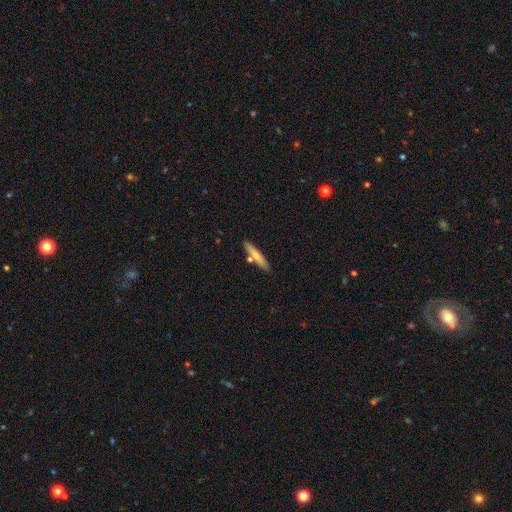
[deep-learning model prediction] Smooth or featured: smooth — 70% (featured or disk — 24%)
How rounded: cigar-shaped — 90% (in between — 9%)
Merging: none — 81% (minor disturbance — 9%)